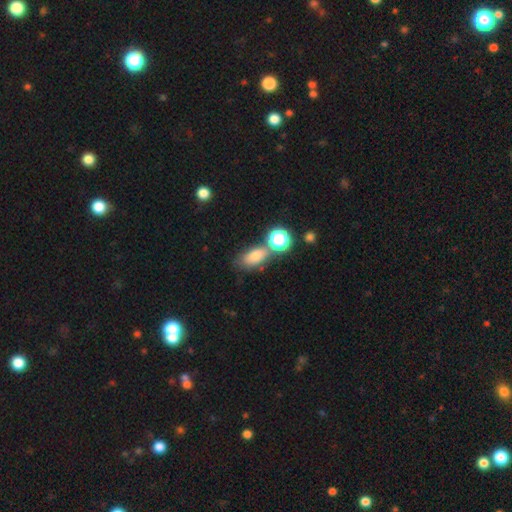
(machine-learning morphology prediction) This appears to be a smooth galaxy with no disk features (76%) that is in between round and cigar-shaped (80%). Merging: none (54%).